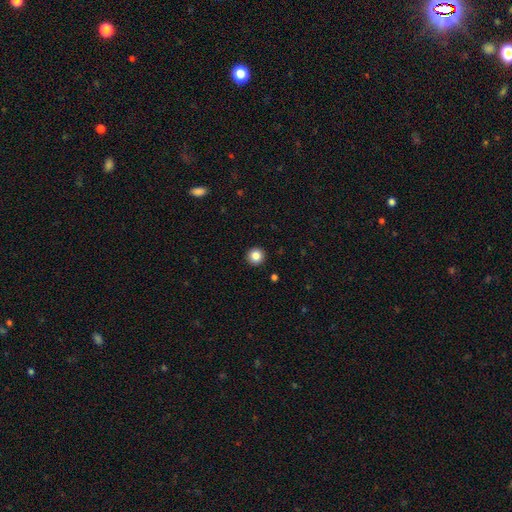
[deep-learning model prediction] Overall: smooth (85%). How rounded: round (95%). Merging: none (93%).